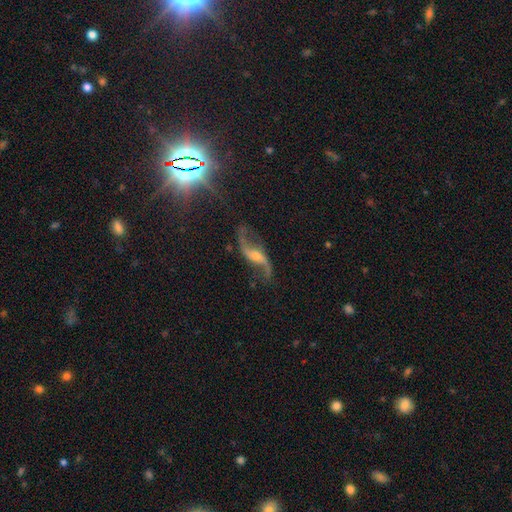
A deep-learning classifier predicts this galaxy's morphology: featured or disk 87%, star or artifact 8%, smooth 6%. Down the decision tree: edge-on disk — no (94%); bar — no (46%); spiral arms — yes (96%); spiral arm count — 2 (93%); spiral winding — loose (91%); bulge size — small (50%); merging — none (72%).